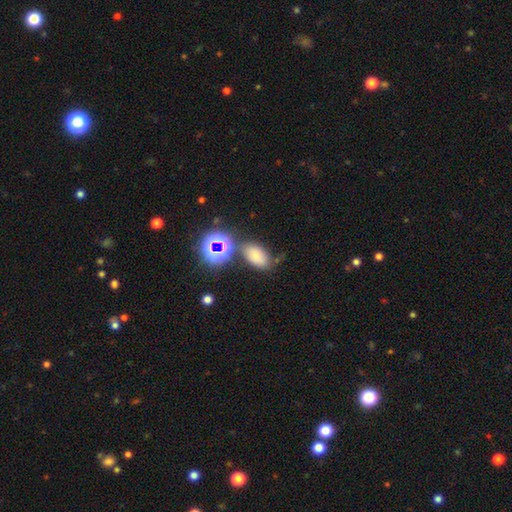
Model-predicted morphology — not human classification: Smooth or featured: smooth — 66% (star or artifact — 22%)
How rounded: in between — 84% (round — 14%)
Merging: none — 65% (minor disturbance — 16%)